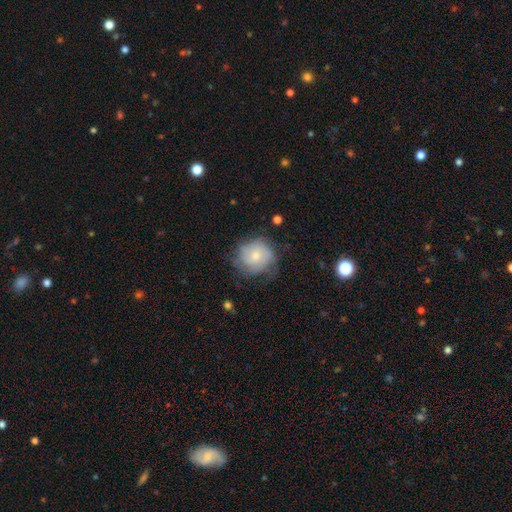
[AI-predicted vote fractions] A smooth galaxy with no disk features (59%) that is round (84%).

Vote fractions:
- Smooth or featured? smooth: 59% / featured or disk: 34% / star or artifact: 8%
- How rounded? round: 84% / in between: 15% / cigar-shaped: 1%
- Merging? none: 59% / minor disturbance: 28% / major disturbance: 11% / merger: 2%